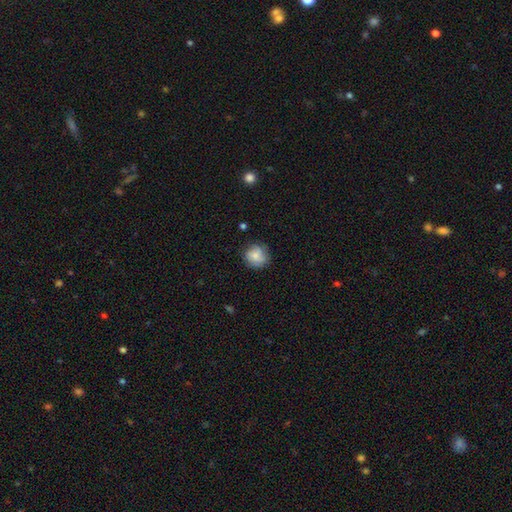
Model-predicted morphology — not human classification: Overall: smooth (70%). How rounded: round (85%). Merging: none (73%).